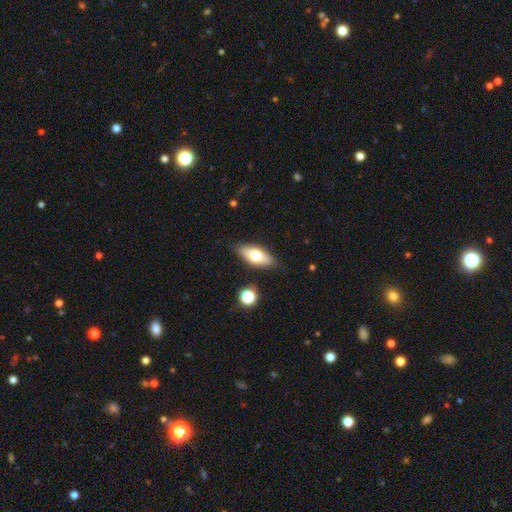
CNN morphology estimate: Smooth or featured: smooth — 66% (featured or disk — 26%)
How rounded: in between — 80% (cigar-shaped — 17%)
Merging: none — 85% (minor disturbance — 11%)